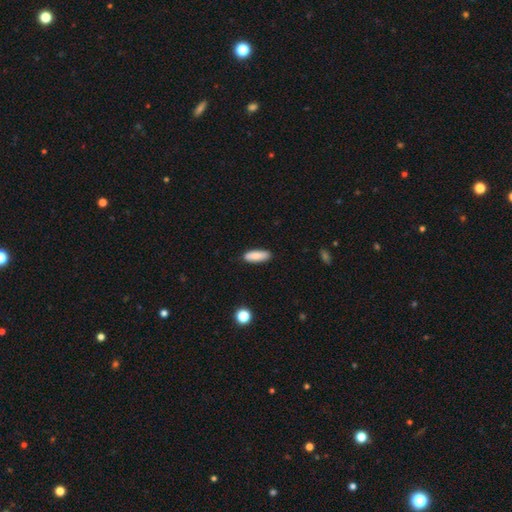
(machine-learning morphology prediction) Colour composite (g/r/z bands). It shows a smooth galaxy with no disk features (86%) that is in between round and cigar-shaped (63%). Merging: none (88%).